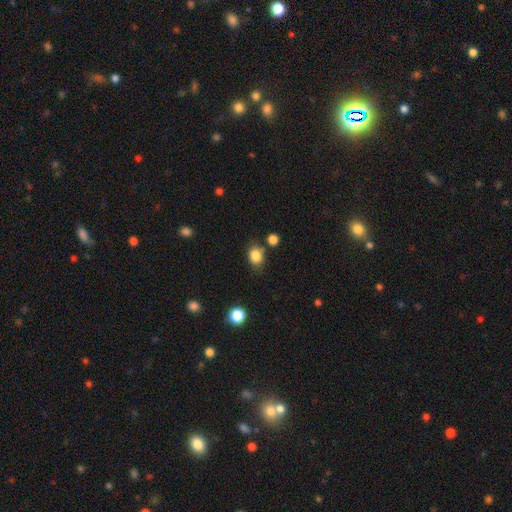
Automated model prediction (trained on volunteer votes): The model was most divided on "how rounded": round: 52%, in between: 47%, cigar-shaped: 1%. More confident: smooth or featured — smooth (85%); merging — none (73%).